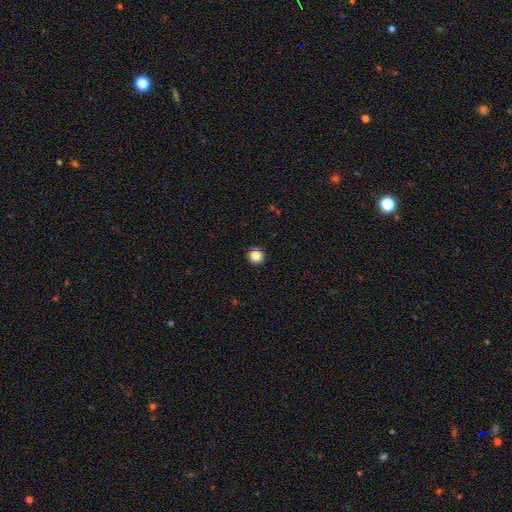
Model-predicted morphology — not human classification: Smooth or featured? smooth (74%)
How rounded? round (91%)
Merging? none (88%)